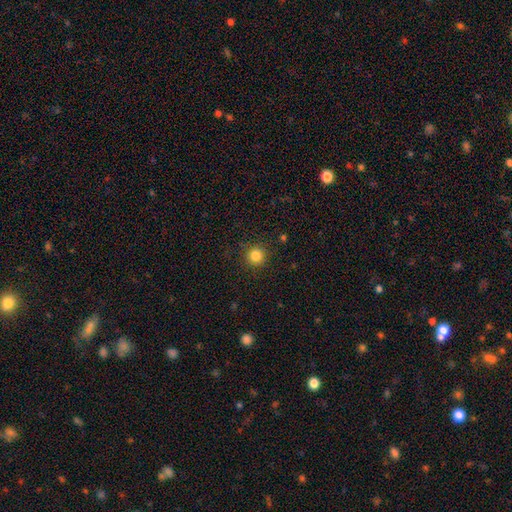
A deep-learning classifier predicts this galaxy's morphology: Q: Smooth or featured?
A: smooth (83%); runner-up: star or artifact (13%)
Q: How rounded?
A: round (95%); runner-up: in between (4%)
Q: Merging?
A: none (90%); runner-up: minor disturbance (7%)